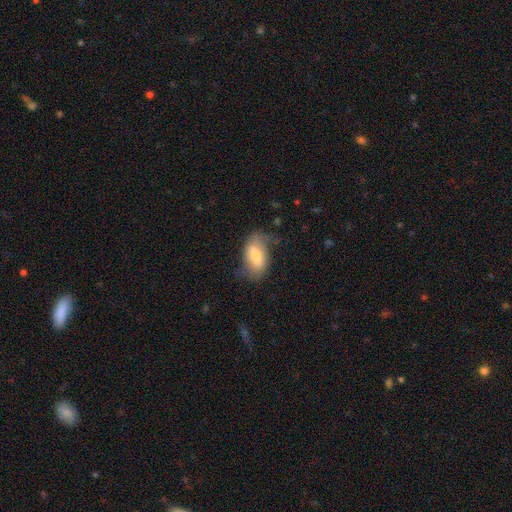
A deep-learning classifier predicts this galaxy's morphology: smooth_or_featured: smooth (p=0.57) [alt: featured or disk p=0.37]
how_rounded: in between (p=0.88) [alt: cigar-shaped p=0.07]
merging: none (p=0.54) [alt: minor disturbance p=0.29]